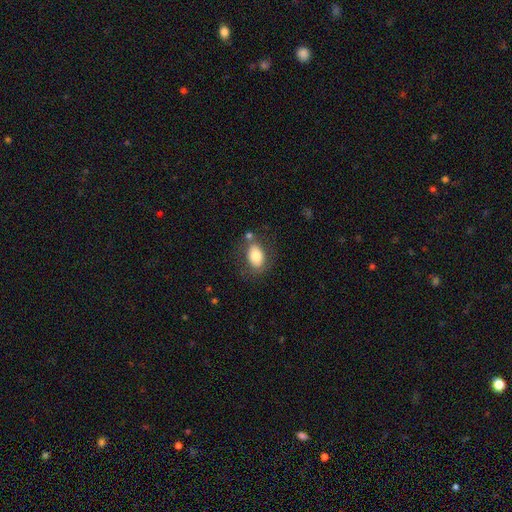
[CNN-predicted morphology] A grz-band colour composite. It shows a smooth galaxy with no disk features (77%) that is in between round and cigar-shaped (85%). Merging: none (70%).